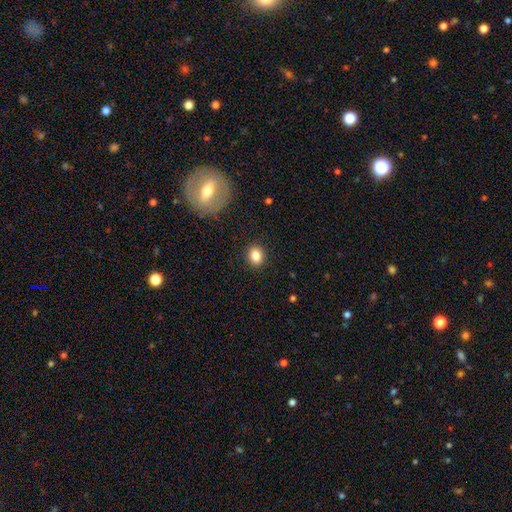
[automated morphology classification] Smooth or featured: smooth — 85% (star or artifact — 9%)
How rounded: round — 52% (in between — 46%)
Merging: none — 90% (minor disturbance — 7%)